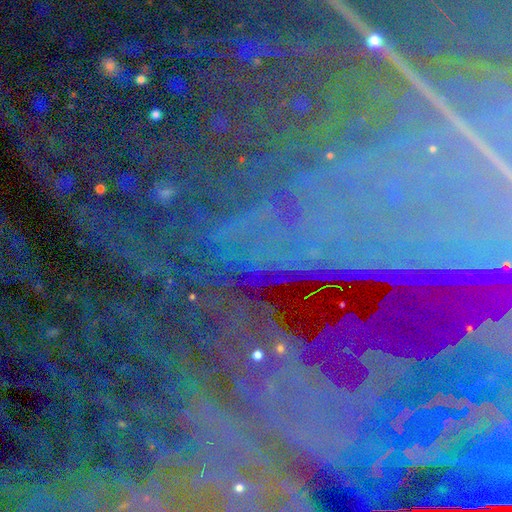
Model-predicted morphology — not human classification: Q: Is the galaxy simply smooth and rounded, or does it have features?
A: star or artifact — 86%.